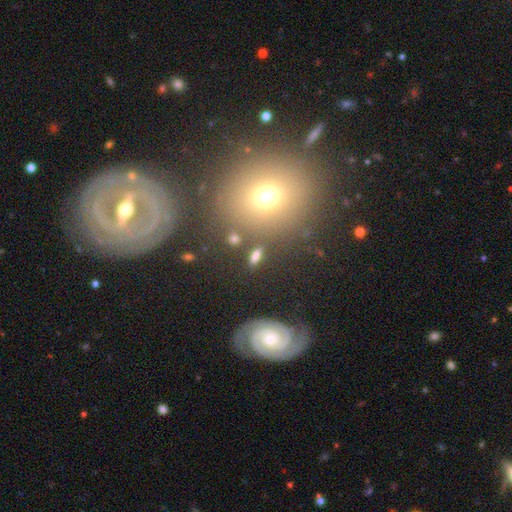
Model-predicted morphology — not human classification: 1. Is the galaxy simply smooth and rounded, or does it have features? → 71% smooth, 15% star or artifact, 14% featured or disk.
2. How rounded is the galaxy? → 68% in between, 19% cigar-shaped, 13% round.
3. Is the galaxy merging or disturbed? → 81% none, 9% minor disturbance, 5% merger, 4% major disturbance.